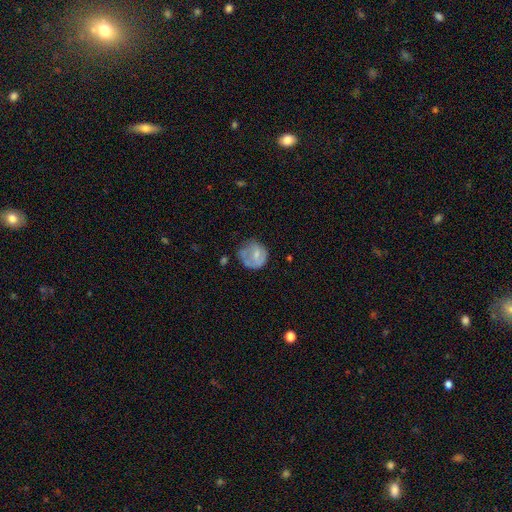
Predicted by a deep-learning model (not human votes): Morphology: type=smooth (54%); roundness=round (79%); merging=none (47%).